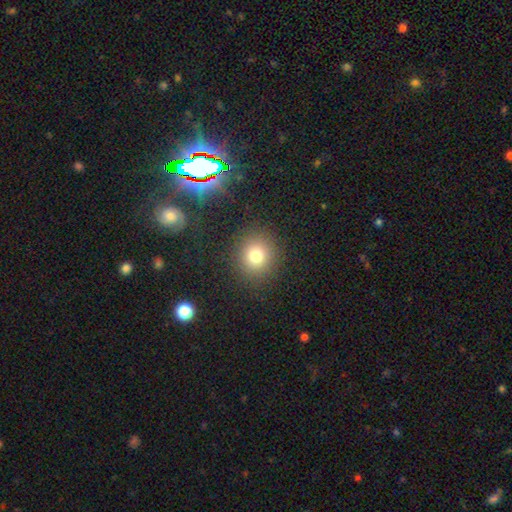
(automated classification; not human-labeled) This is likely a smooth galaxy (78%). How rounded: clearly round (87%). Merging: clearly none (89%).